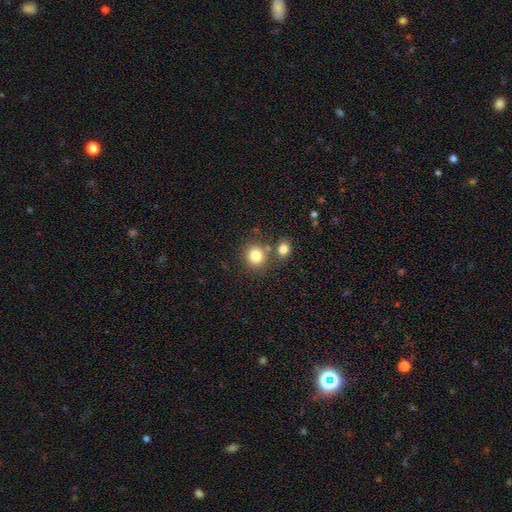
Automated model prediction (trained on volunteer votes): smooth-or-featured: smooth: 81% | star or artifact: 11% | featured or disk: 8%
  how-rounded: round: 89% | in between: 10% | cigar-shaped: 1%
  merging: none: 70% | merger: 19% | minor disturbance: 8% | major disturbance: 3%